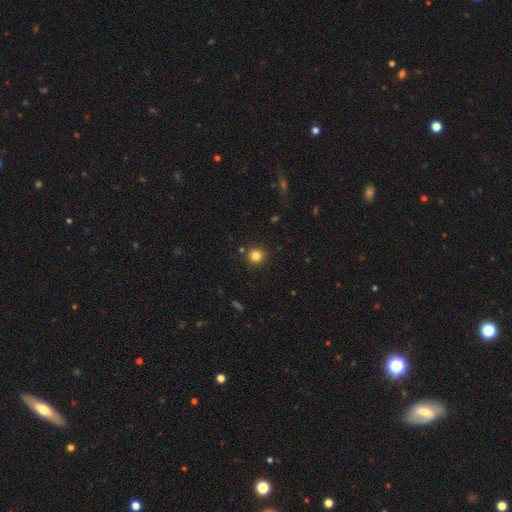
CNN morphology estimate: Smooth or featured?
  - smooth: 82% *
  - star or artifact: 12%
  - featured or disk: 5%
How rounded?
  - round: 93% *
  - in between: 6%
  - cigar-shaped: 1%
Merging?
  - none: 90% *
  - minor disturbance: 6%
  - merger: 2%
  - major disturbance: 2%